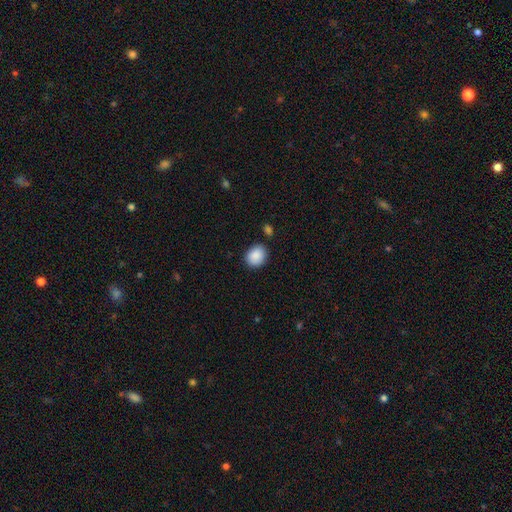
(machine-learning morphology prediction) Smooth or featured? Predicted: smooth (p=0.89). How rounded? Predicted: round (p=0.54). Merging? Predicted: none (p=0.80).